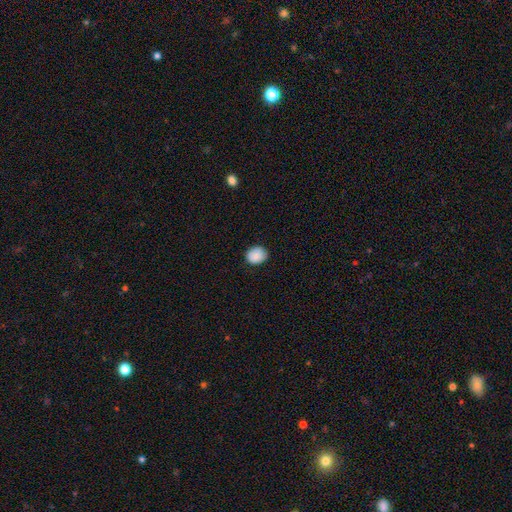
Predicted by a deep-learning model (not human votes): Smooth or featured?
  - smooth: 88% *
  - star or artifact: 8%
  - featured or disk: 4%
How rounded?
  - round: 61% *
  - in between: 38%
  - cigar-shaped: 1%
Merging?
  - none: 82% *
  - minor disturbance: 14%
  - major disturbance: 3%
  - merger: 1%